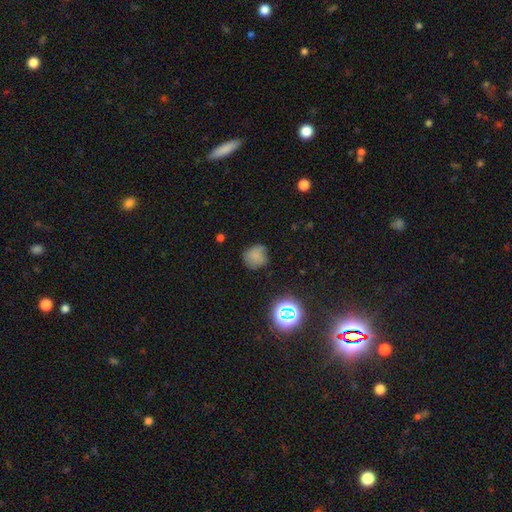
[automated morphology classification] The model was most divided on "merging": none: 69%, minor disturbance: 23%, major disturbance: 7%, merger: 2%. More confident: how rounded — round (86%); smooth or featured — smooth (71%).